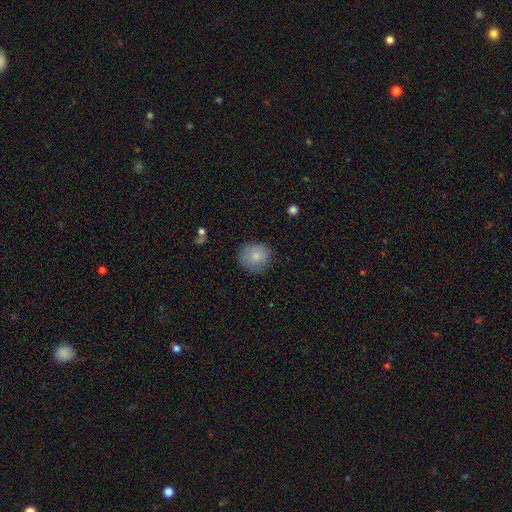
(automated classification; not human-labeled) Smooth or featured? smooth (81%)
How rounded? round (86%)
Merging? none (81%)